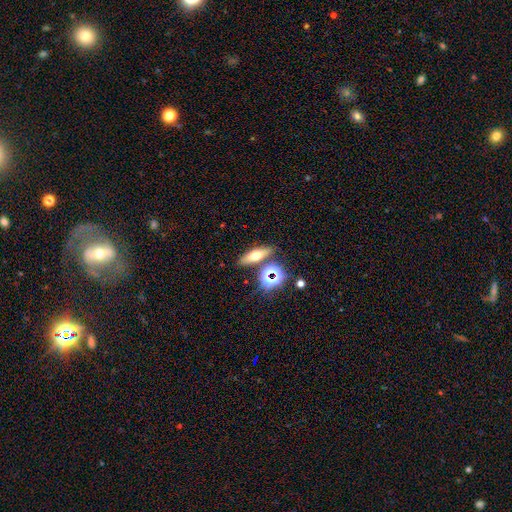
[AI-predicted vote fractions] smooth-or-featured: smooth: 51% | featured or disk: 30% | star or artifact: 19%
  how-rounded: in between: 49% | cigar-shaped: 38% | round: 13%
  merging: none: 78% | merger: 10% | minor disturbance: 9% | major disturbance: 3%